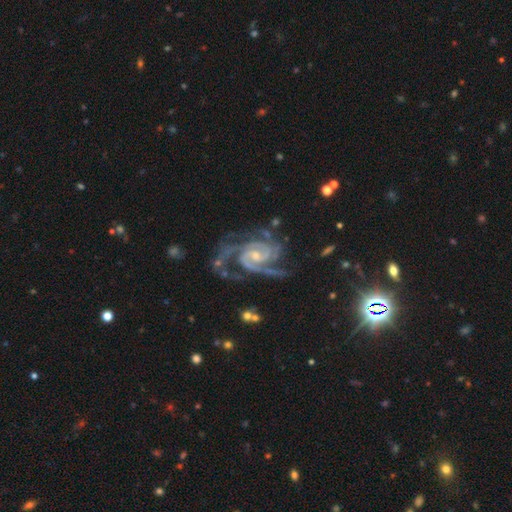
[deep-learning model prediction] Overall: featured or disk (94%). Edge-on disk: no (98%). Bar: no (46%; weak 39%). Spiral arms: yes (99%). Spiral arm count: 2 (46%; 3 30%). Spiral winding: tight (53%; medium 41%). Bulge size: small (61%; moderate 35%). Merging: none (59%; minor disturbance 21%).